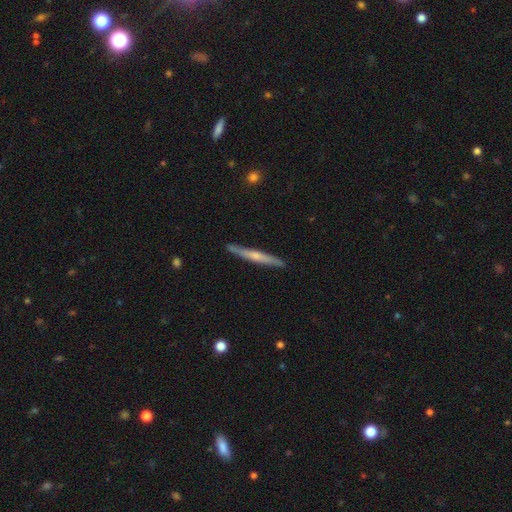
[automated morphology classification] A featured or disk galaxy (65%) viewed edge-on (96%) with a rounded central bulge (74%). Merging: none (88%).